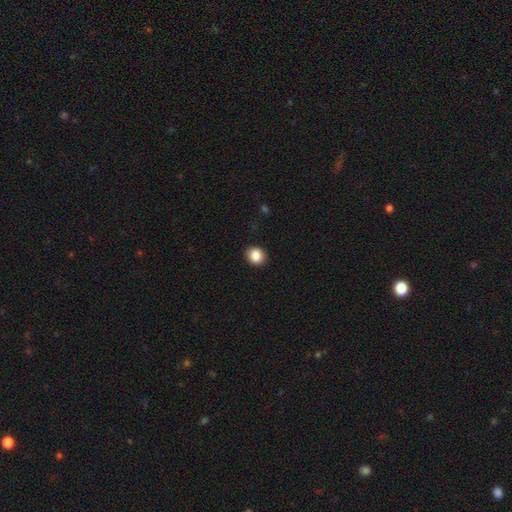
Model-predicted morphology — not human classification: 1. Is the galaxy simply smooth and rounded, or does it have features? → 87% smooth, 9% star or artifact, 4% featured or disk.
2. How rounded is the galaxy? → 78% round, 22% in between, 1% cigar-shaped.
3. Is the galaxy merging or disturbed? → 92% none, 6% minor disturbance, 2% major disturbance, 1% merger.